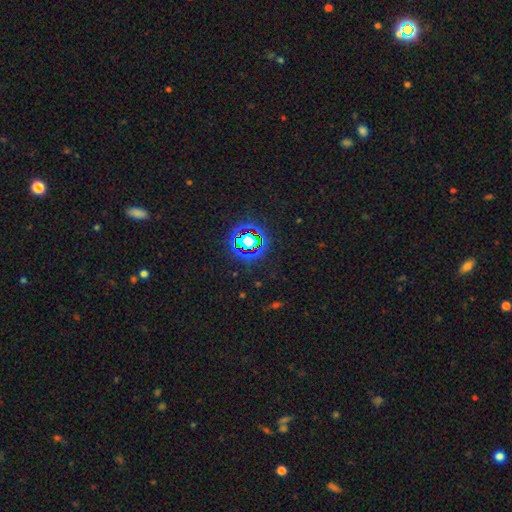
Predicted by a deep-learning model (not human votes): This appears to be a star or artifact, not a galaxy (79%).